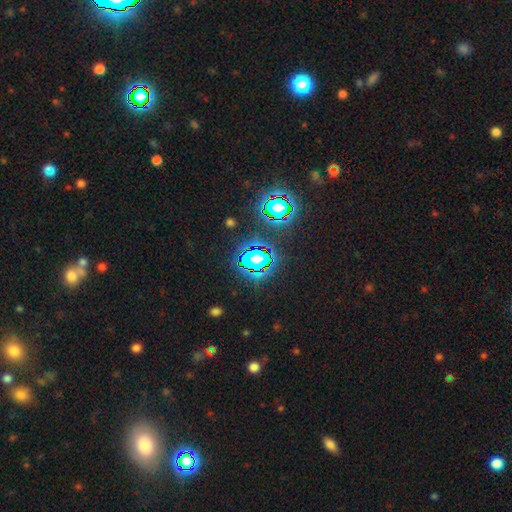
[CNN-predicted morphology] star or artifact 81%, smooth 11%, featured or disk 8%.